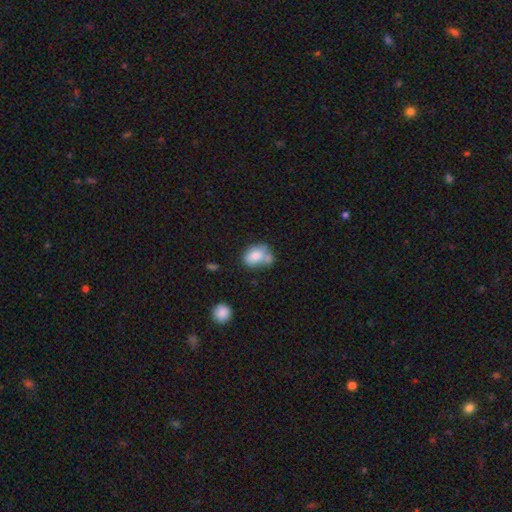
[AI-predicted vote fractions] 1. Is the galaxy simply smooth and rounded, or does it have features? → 77% smooth, 15% featured or disk, 8% star or artifact.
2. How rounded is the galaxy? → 69% in between, 30% round, 1% cigar-shaped.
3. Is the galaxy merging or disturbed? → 36% none (tied), 36% merger (tied), 20% minor disturbance, 8% major disturbance.